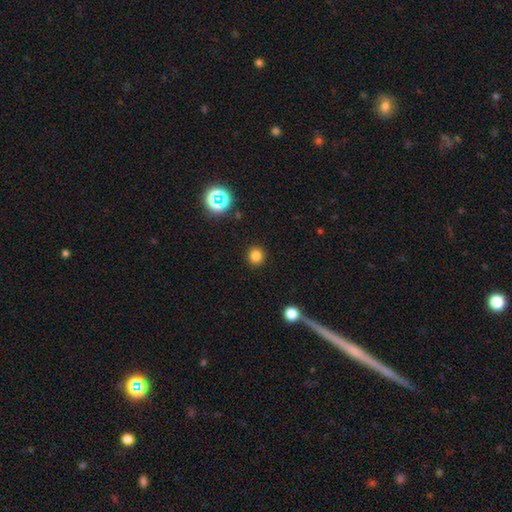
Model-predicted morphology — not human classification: smooth 80%, star or artifact 15%, featured or disk 5%. Down the decision tree: how rounded — round (88%); merging — none (92%).